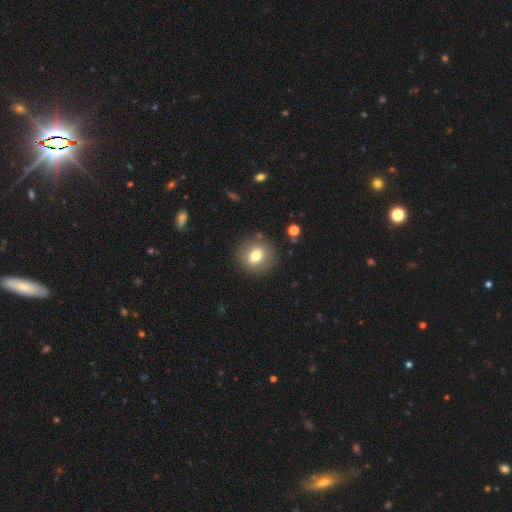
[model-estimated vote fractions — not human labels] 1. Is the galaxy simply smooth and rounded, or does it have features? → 73% smooth, 17% featured or disk, 10% star or artifact.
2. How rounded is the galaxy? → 82% round, 17% in between, 1% cigar-shaped.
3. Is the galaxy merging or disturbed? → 85% none, 9% minor disturbance, 3% major disturbance, 2% merger.